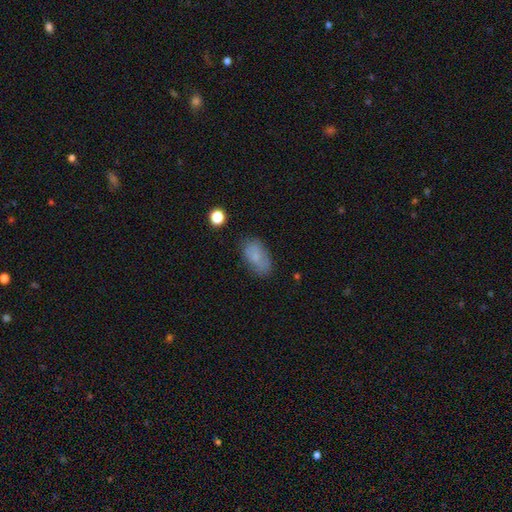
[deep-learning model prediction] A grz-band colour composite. It shows a smooth galaxy with no disk features (74%) that is in between round and cigar-shaped (91%). Merging: none (69%).